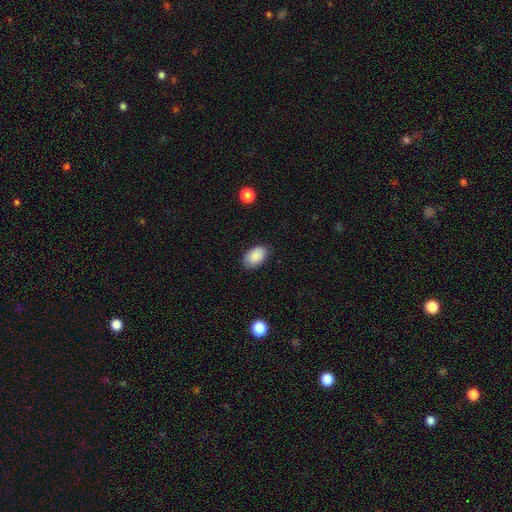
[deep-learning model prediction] Overall: smooth (89%). How rounded: in between (92%). Merging: none (85%).